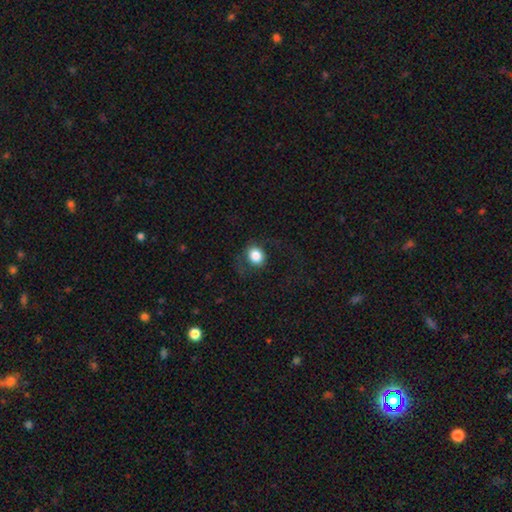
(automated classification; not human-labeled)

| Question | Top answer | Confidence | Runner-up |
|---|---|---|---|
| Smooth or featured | smooth | 82% | featured or disk (9%) |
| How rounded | round | 64% | in between (35%) |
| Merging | none | 67% | minor disturbance (17%) |